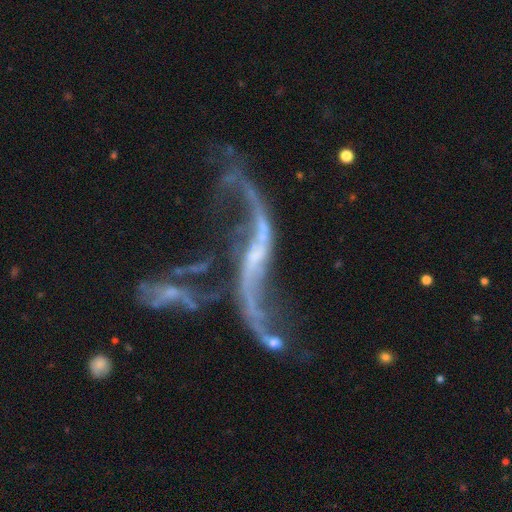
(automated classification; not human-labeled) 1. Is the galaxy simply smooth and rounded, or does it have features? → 88% featured or disk, 8% star or artifact, 5% smooth.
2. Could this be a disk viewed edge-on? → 89% no, 11% yes.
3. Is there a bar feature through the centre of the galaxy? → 39% no, 37% weak, 24% strong.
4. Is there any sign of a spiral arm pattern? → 90% yes, 10% no.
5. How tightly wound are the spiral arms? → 95% loose, 3% medium, 2% tight.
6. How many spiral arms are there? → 90% 2, 3% 1, 3% can't tell, 1% 3, 1% 4, 1% more than 4.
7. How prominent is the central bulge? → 56% small, 27% none, 13% moderate, 2% large, 1% dominant.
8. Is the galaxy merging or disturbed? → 34% merger, 31% none, 21% major disturbance, 14% minor disturbance.